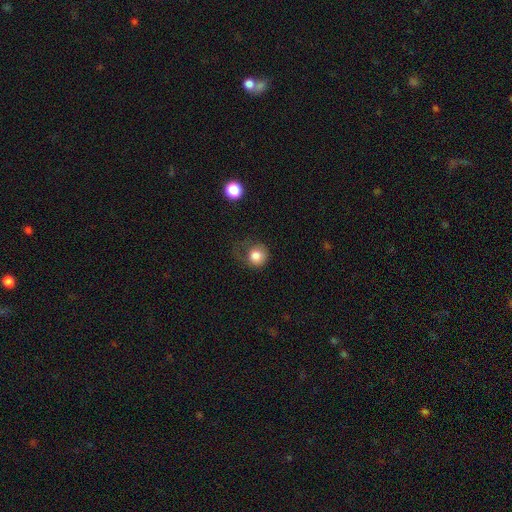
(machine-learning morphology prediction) smooth_or_featured: smooth (p=0.81) [alt: featured or disk p=0.09]
how_rounded: round (p=0.86) [alt: in between p=0.13]
merging: none (p=0.44) [alt: major disturbance p=0.28]